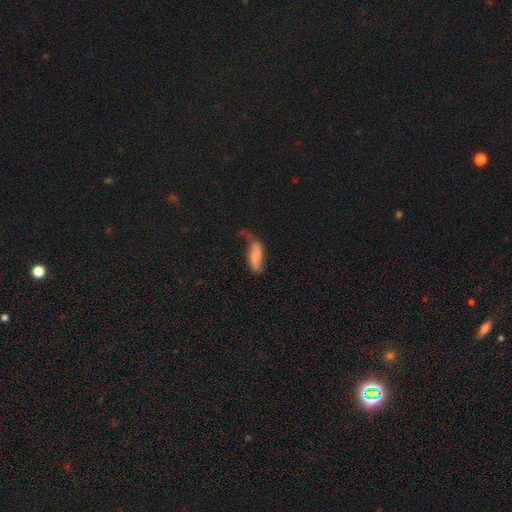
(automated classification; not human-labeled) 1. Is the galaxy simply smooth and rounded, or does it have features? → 61% smooth, 32% featured or disk, 7% star or artifact.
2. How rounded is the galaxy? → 67% in between, 31% cigar-shaped, 2% round.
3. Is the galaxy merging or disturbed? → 37% none, 35% minor disturbance, 22% major disturbance, 6% merger.